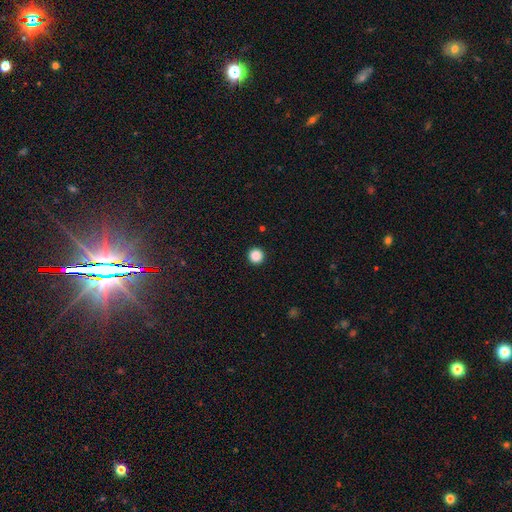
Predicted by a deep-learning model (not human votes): Q: Smooth or featured?
A: smooth (87%); runner-up: star or artifact (10%)
Q: How rounded?
A: round (96%); runner-up: in between (3%)
Q: Merging?
A: none (94%); runner-up: minor disturbance (4%)